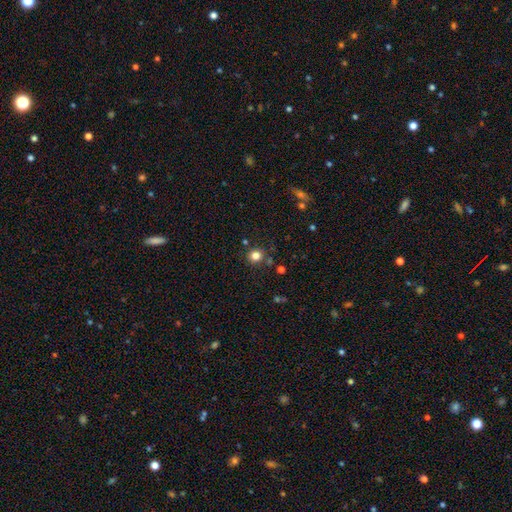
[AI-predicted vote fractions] Q: Smooth or featured?
A: smooth (81%); runner-up: star or artifact (13%)
Q: How rounded?
A: round (89%); runner-up: in between (10%)
Q: Merging?
A: none (83%); runner-up: minor disturbance (9%)